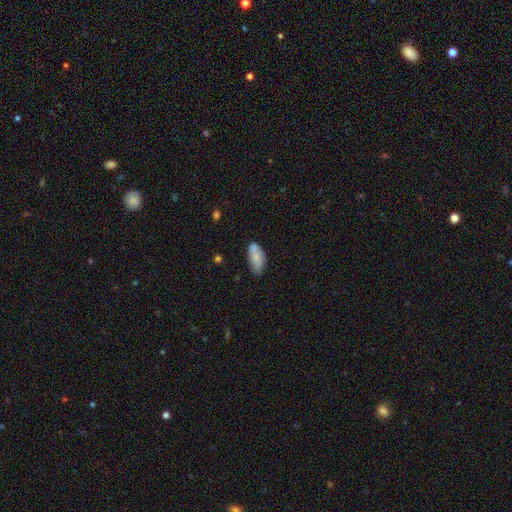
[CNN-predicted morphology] This is likely a smooth galaxy (71%). How rounded: clearly in between (87%). Merging: possibly none (59%).